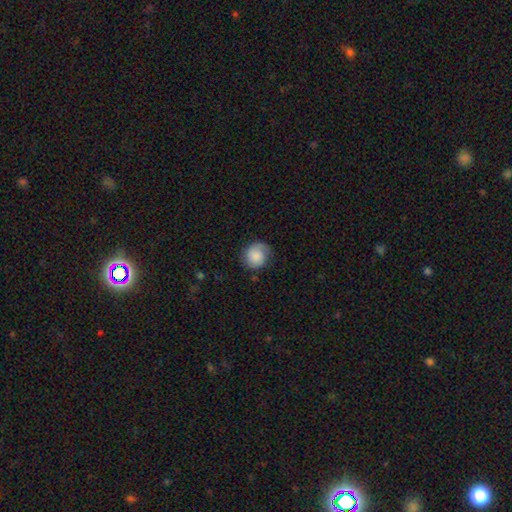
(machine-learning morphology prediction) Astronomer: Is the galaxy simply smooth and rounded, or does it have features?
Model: smooth — 69%.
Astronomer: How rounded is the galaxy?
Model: round — 81%.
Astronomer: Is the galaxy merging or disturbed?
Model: none — 67%.